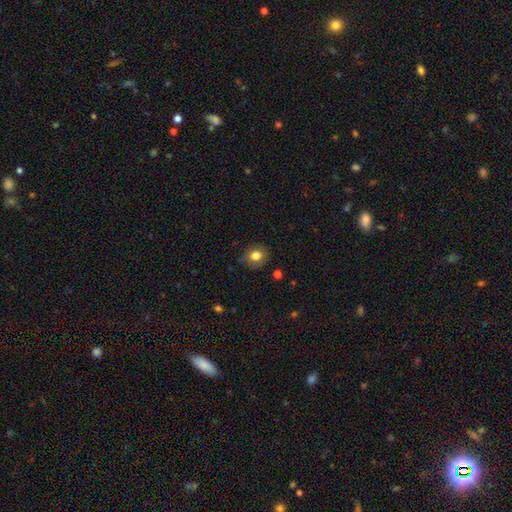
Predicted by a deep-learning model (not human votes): smooth-or-featured: smooth: 79% | featured or disk: 11% | star or artifact: 10%
  how-rounded: round: 75% | in between: 25% | cigar-shaped: 1%
  merging: none: 77% | minor disturbance: 18% | major disturbance: 4% | merger: 1%